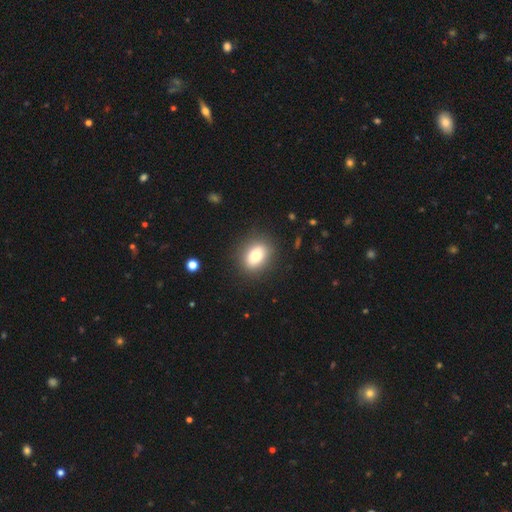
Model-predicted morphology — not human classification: A smooth galaxy with no disk features (80%) that is in between round and cigar-shaped (67%).

Vote fractions:
- Smooth or featured? smooth: 80% / featured or disk: 10% / star or artifact: 9%
- How rounded? in between: 67% / round: 32% / cigar-shaped: 2%
- Merging? none: 86% / minor disturbance: 9% / major disturbance: 3% / merger: 1%